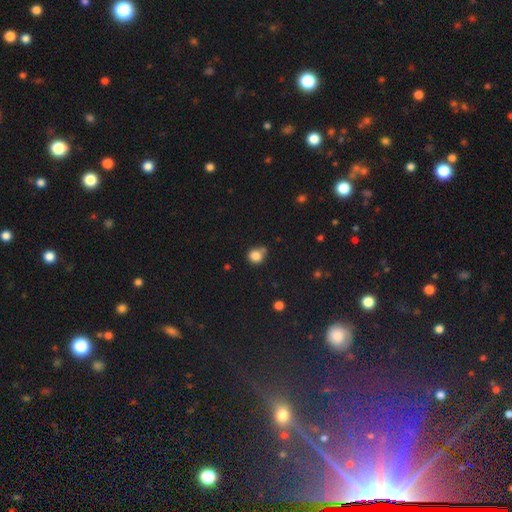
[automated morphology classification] Smooth or featured? smooth (83%)
How rounded? round (83%)
Merging? none (58%)